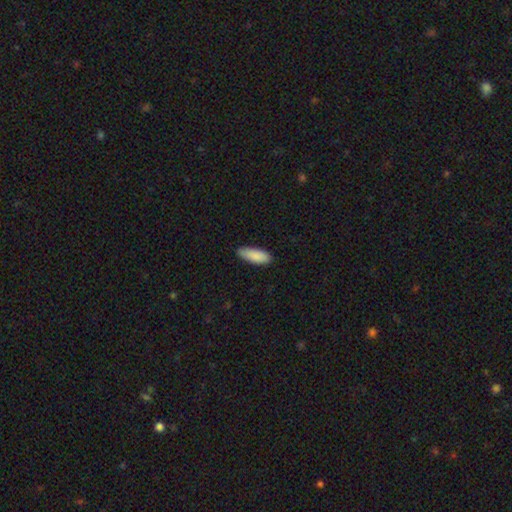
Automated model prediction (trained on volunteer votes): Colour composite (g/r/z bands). It shows a smooth galaxy with no disk features (89%) that is in between round and cigar-shaped (63%). Merging: none (84%).